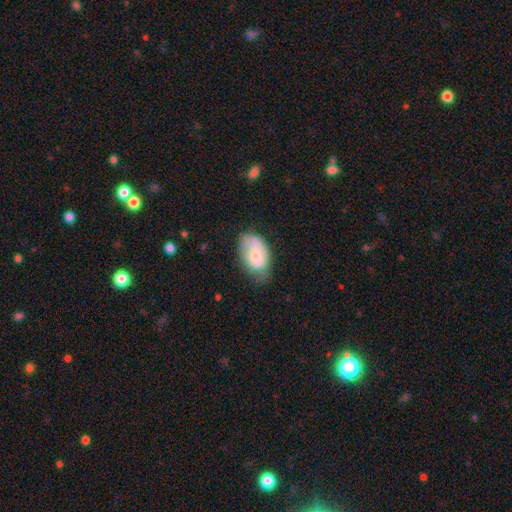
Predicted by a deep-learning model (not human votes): smooth-or-featured: smooth: 63% | featured or disk: 30% | star or artifact: 7%
  how-rounded: in between: 91% | round: 7% | cigar-shaped: 1%
  merging: none: 47% | minor disturbance: 36% | major disturbance: 14% | merger: 3%